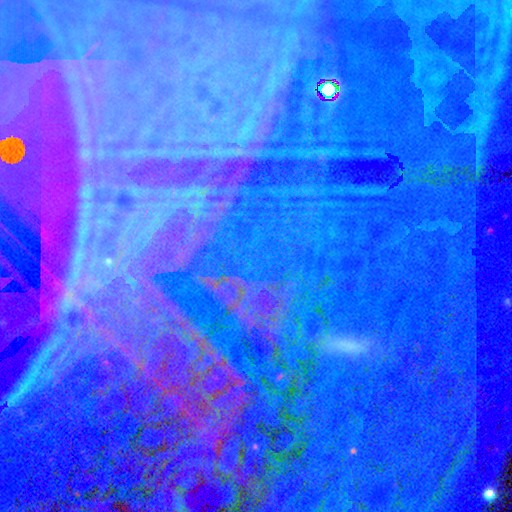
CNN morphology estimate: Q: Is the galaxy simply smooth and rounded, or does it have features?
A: star or artifact — 86%.